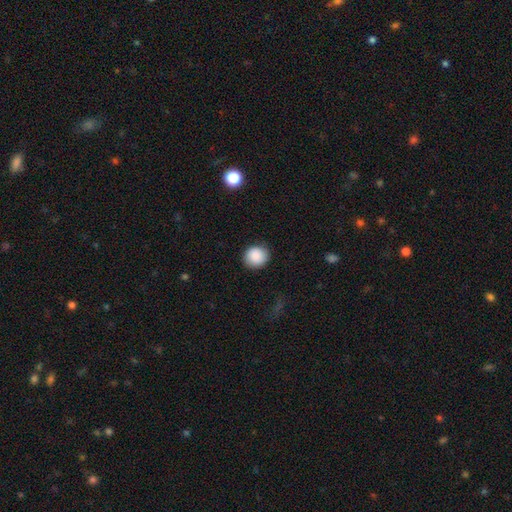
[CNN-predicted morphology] Smooth or featured?
  - smooth: 88% *
  - star or artifact: 8%
  - featured or disk: 4%
How rounded?
  - round: 88% *
  - in between: 11%
  - cigar-shaped: 1%
Merging?
  - none: 86% *
  - minor disturbance: 10%
  - major disturbance: 3%
  - merger: 1%